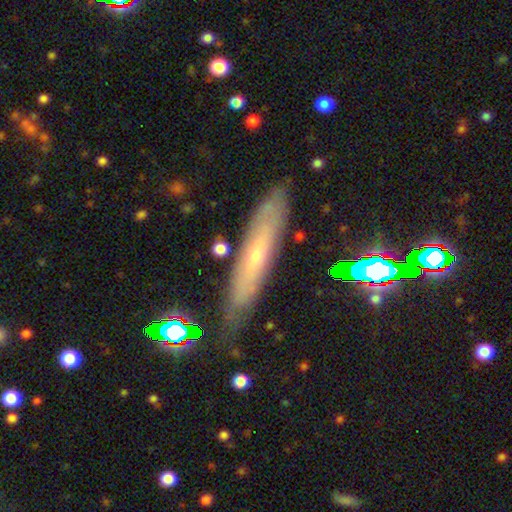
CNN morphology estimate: smooth-or-featured: featured or disk: 50% | smooth: 38% | star or artifact: 12%
  merging: none: 82% | minor disturbance: 13% | major disturbance: 3% | merger: 2%